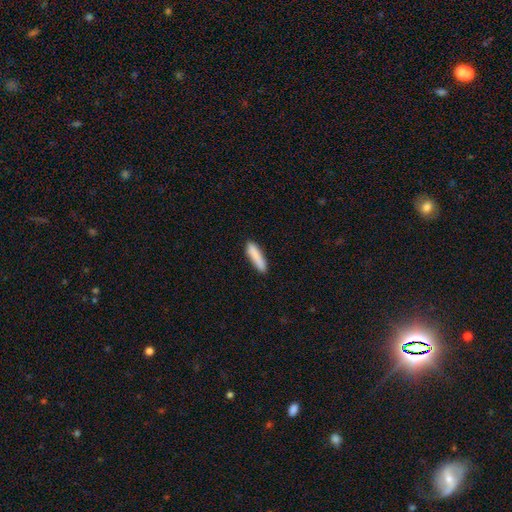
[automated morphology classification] type=smooth (87%); roundness=cigar-shaped (78%); merging=none (84%).